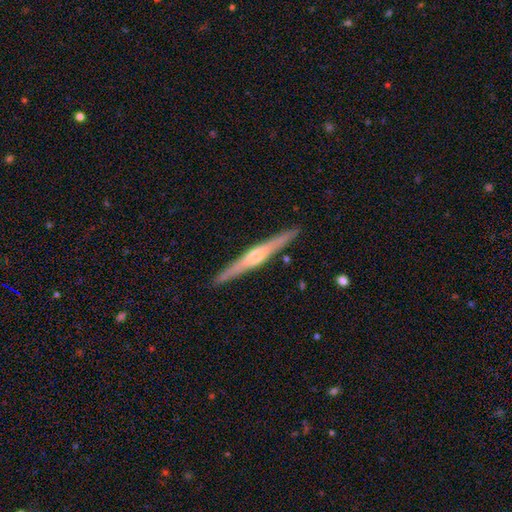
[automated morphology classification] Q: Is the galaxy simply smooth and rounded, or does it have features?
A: featured or disk — 76%.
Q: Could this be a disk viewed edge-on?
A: yes — 98%.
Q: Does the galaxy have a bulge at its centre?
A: rounded — 79%.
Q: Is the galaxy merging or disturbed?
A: none — 91%.